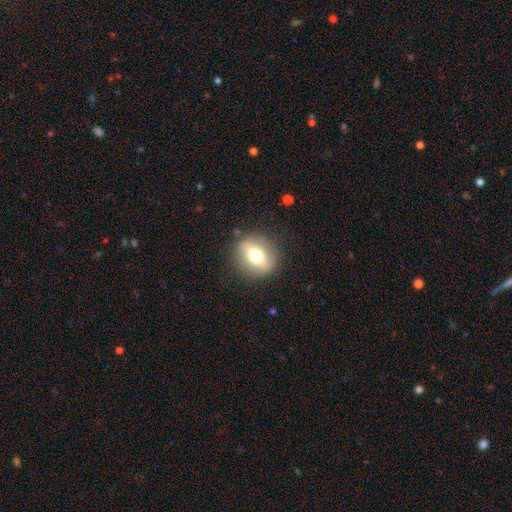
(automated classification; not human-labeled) Smooth or featured? Predicted: smooth (p=0.51). How rounded? Predicted: round (p=0.72). Merging? Predicted: none (p=0.85).